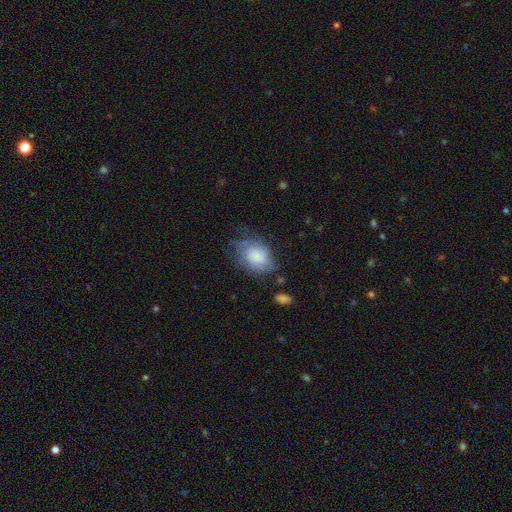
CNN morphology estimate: This is likely a smooth galaxy (65%). How rounded: likely in between (72%). Merging: marginally none (44%).